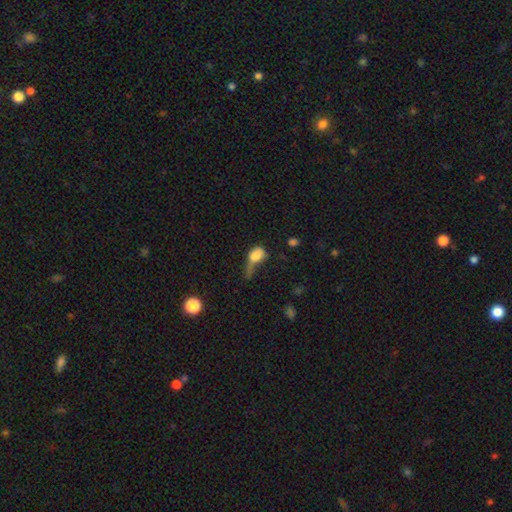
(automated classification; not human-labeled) This is likely a smooth galaxy (72%). How rounded: likely in between (71%). Merging: possibly major disturbance (51%).